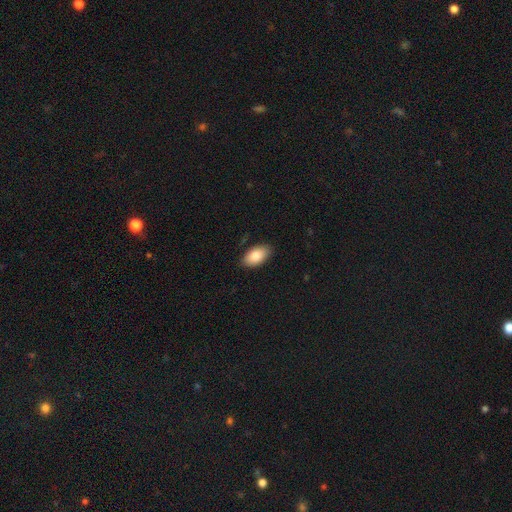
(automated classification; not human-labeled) A smooth galaxy with no disk features (83%) that is in between round and cigar-shaped (94%). Merging: none (86%).